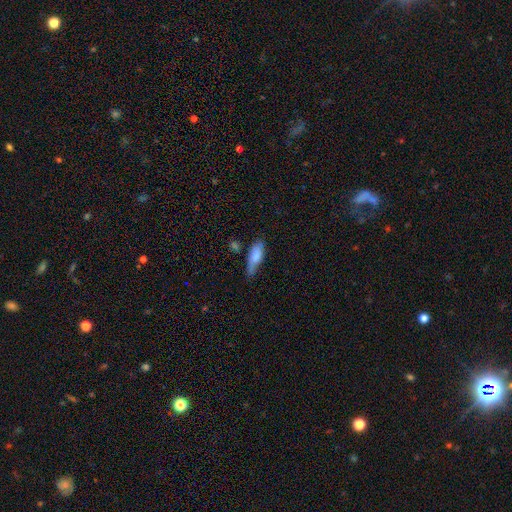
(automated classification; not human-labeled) smooth 74%, featured or disk 19%, star or artifact 6%. Down the decision tree: how rounded — in between (56%); merging — none (52%).